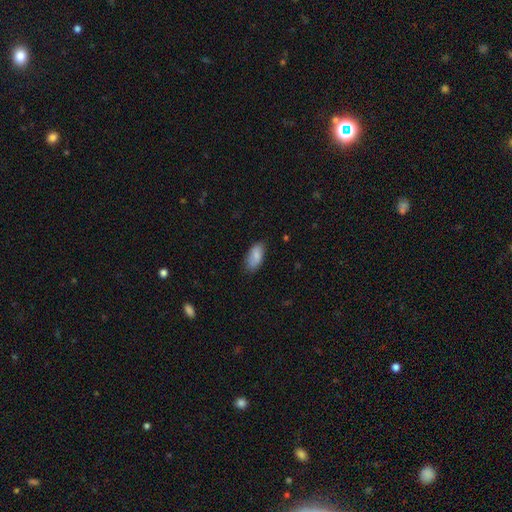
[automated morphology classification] type=smooth (84%); roundness=in between (91%); merging=none (76%).